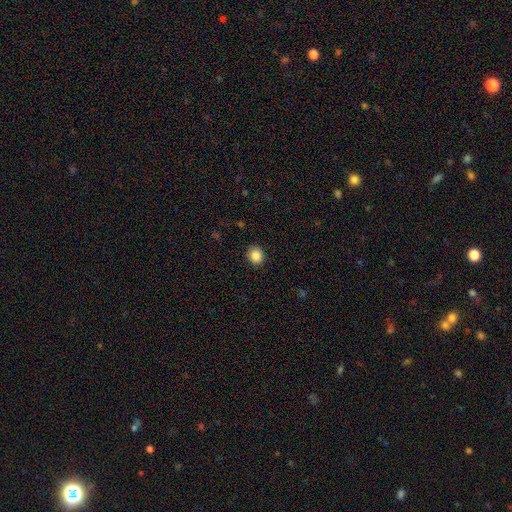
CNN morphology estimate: This is clearly a smooth galaxy (86%). How rounded: likely round (72%). Merging: clearly none (90%).